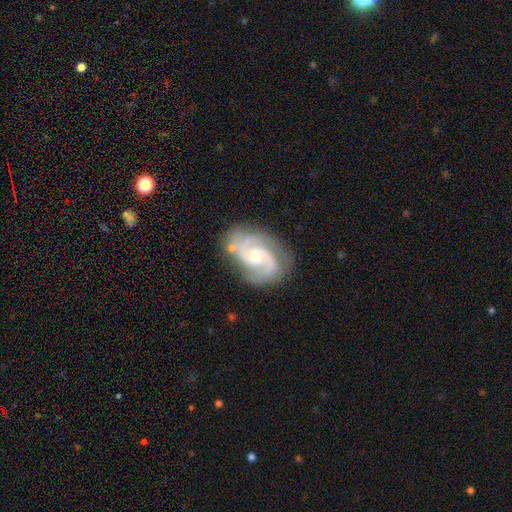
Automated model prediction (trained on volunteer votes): A featured or disk galaxy (90%) with no bar (54%), 2 (72%) medium (55%) spiral arms (98%) and a small central bulge (51%). Merging: none (75%).